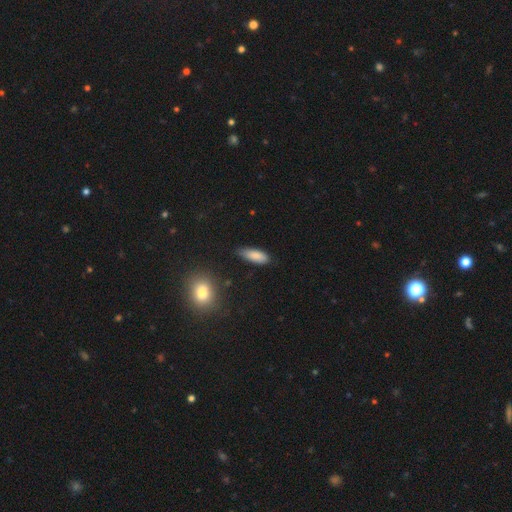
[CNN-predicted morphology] Smooth or featured: smooth — 84% (featured or disk — 8%)
How rounded: in between — 65% (cigar-shaped — 32%)
Merging: none — 70% (minor disturbance — 24%)